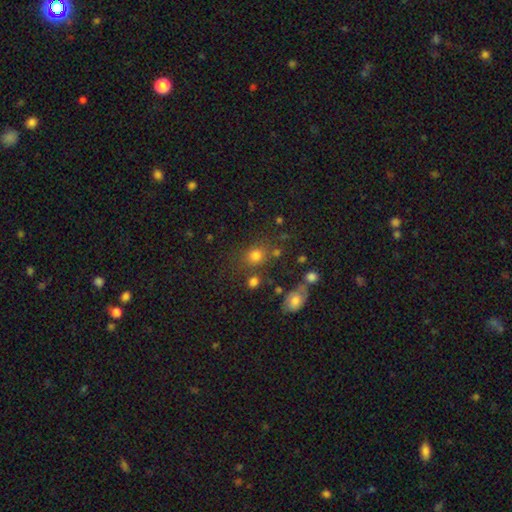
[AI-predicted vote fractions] Smooth or featured?
  - smooth: 75% *
  - star or artifact: 16%
  - featured or disk: 8%
How rounded?
  - round: 70% *
  - in between: 29%
  - cigar-shaped: 1%
Merging?
  - none: 68% *
  - minor disturbance: 13%
  - merger: 12%
  - major disturbance: 6%